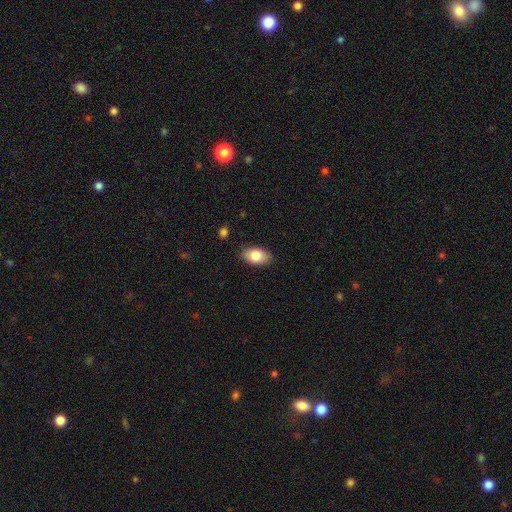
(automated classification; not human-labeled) Smooth or featured? smooth (83%)
How rounded? in between (93%)
Merging? none (87%)